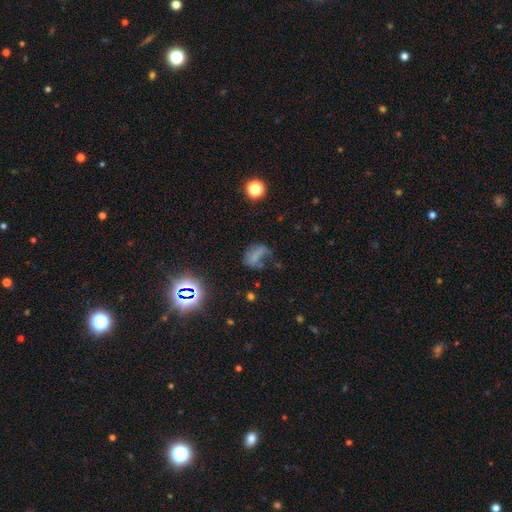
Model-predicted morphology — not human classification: type=smooth (49%); merging=major disturbance (41%).